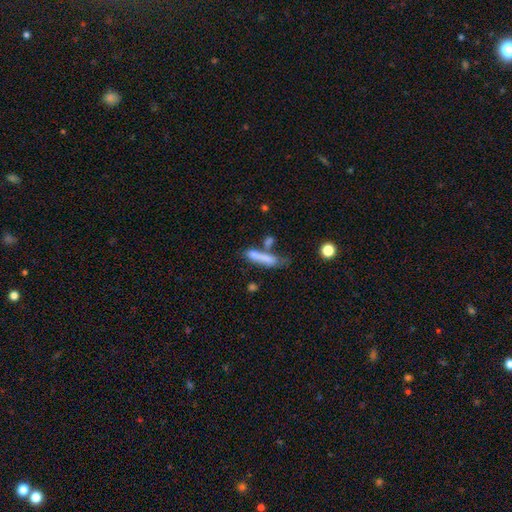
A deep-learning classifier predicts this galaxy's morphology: Smooth or featured: smooth — 65% (featured or disk — 24%)
How rounded: cigar-shaped — 80% (in between — 17%)
Merging: none — 40% (merger — 28%)